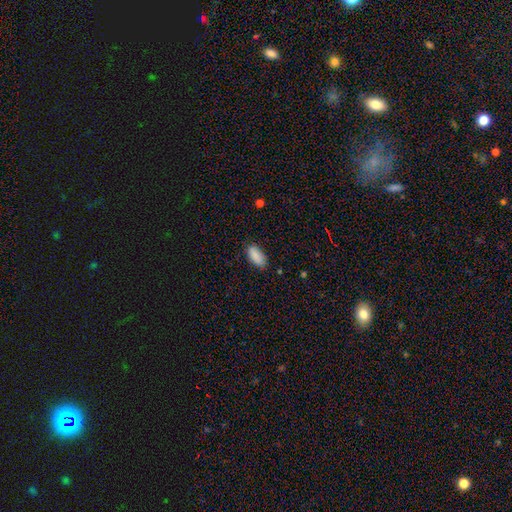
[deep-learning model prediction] smooth-or-featured: smooth: 88% | star or artifact: 7% | featured or disk: 5%
  how-rounded: in between: 90% | cigar-shaped: 7% | round: 2%
  merging: none: 79% | minor disturbance: 17% | major disturbance: 3% | merger: 1%